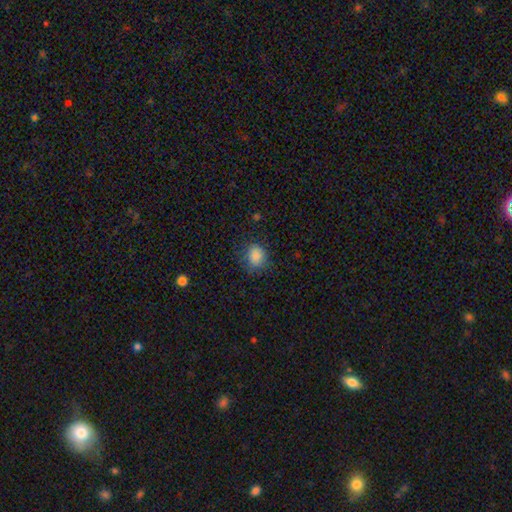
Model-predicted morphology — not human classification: smooth_or_featured: smooth (p=0.86) [alt: star or artifact p=0.10]
how_rounded: round (p=0.62) [alt: in between p=0.37]
merging: none (p=0.76) [alt: minor disturbance p=0.17]